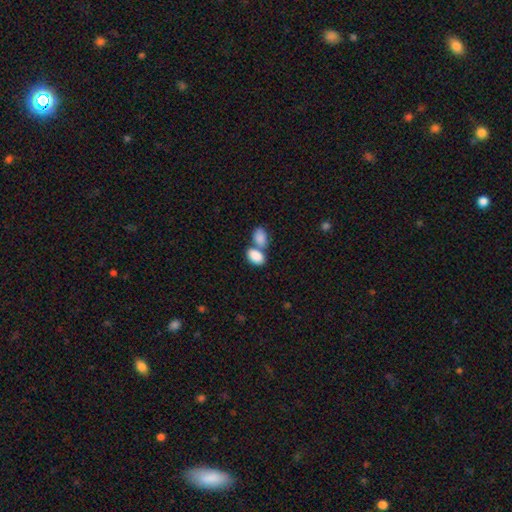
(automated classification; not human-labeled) smooth-or-featured: smooth: 86% | featured or disk: 7% | star or artifact: 7%
  how-rounded: in between: 91% | round: 8% | cigar-shaped: 1%
  merging: merger: 57% | none: 32% | minor disturbance: 8% | major disturbance: 3%